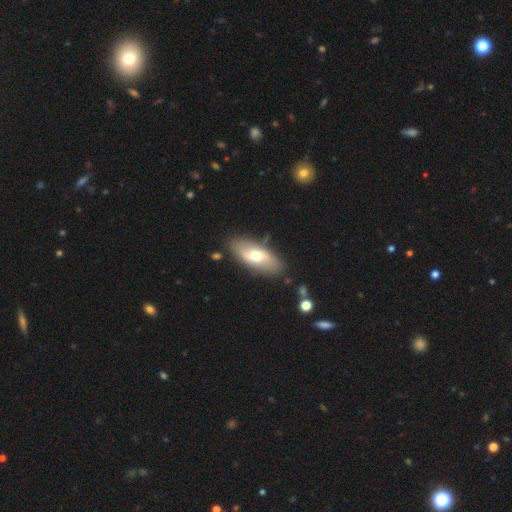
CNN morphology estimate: The model was most divided on "smooth or featured": smooth: 55%, featured or disk: 40%, star or artifact: 6%. More confident: how rounded — in between (86%); merging — none (81%).